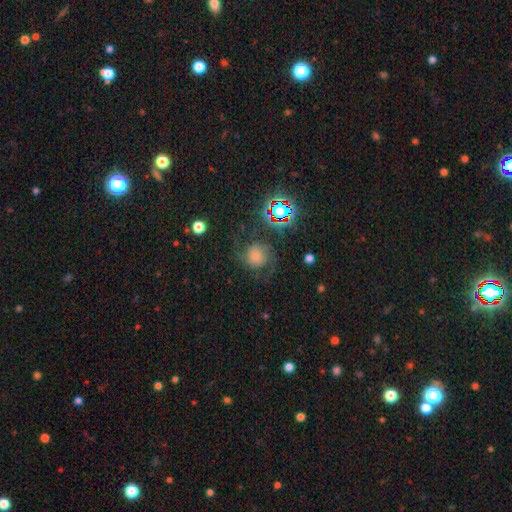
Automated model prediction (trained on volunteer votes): Smooth or featured?
  - featured or disk: 60% *
  - smooth: 22%
  - star or artifact: 18%
Edge-on disk?
  - no: 97% *
  - yes: 3%
Bar?
  - no: 71% *
  - weak: 23%
  - strong: 6%
Spiral arms?
  - yes: 93% *
  - no: 7%
Spiral winding?
  - medium: 50% *
  - tight: 25%
  - loose: 25%
Spiral arm count?
  - 2: 81% *
  - can't tell: 7%
  - 3: 4%
  - 1: 4%
  - 4: 2%
  - more than 4: 2%
Bulge size?
  - small: 30% * (tied)
  - moderate: 30% * (tied)
  - large: 19%
  - none: 14%
  - dominant: 8%
Merging?
  - none: 67% *
  - minor disturbance: 17%
  - major disturbance: 14%
  - merger: 2%